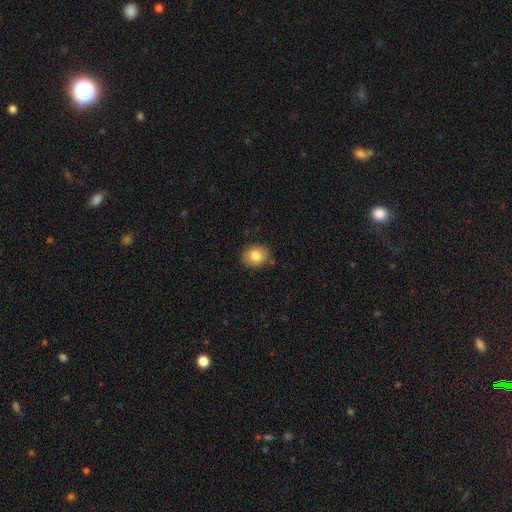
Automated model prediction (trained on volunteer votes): Smooth or featured?
  - smooth: 81% *
  - featured or disk: 10%
  - star or artifact: 9%
How rounded?
  - round: 57% *
  - in between: 42%
  - cigar-shaped: 1%
Merging?
  - none: 85% *
  - minor disturbance: 11%
  - major disturbance: 2%
  - merger: 2%